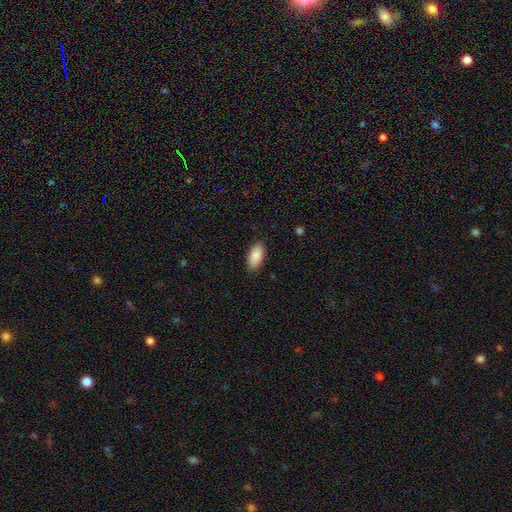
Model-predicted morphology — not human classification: A smooth galaxy with no disk features (89%) that is in between round and cigar-shaped (93%).

Vote fractions:
- Smooth or featured? smooth: 89% / star or artifact: 6% / featured or disk: 5%
- How rounded? in between: 93% / cigar-shaped: 5% / round: 2%
- Merging? none: 86% / minor disturbance: 11% / major disturbance: 2% / merger: 1%